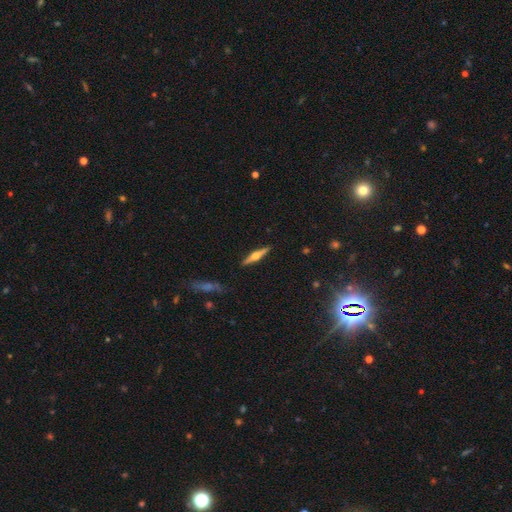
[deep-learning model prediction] Smooth or featured: featured or disk — 67% (smooth — 28%)
Edge-on disk: yes — 97% (no — 3%)
Edge-on bulge: rounded — 94% (boxy — 3%)
Merging: none — 90% (minor disturbance — 7%)